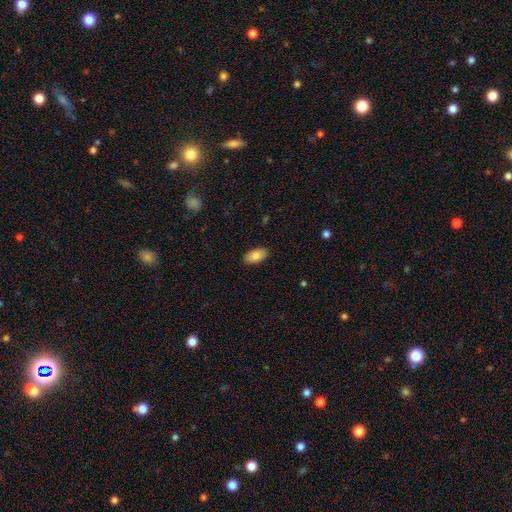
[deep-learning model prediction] This appears to be a smooth galaxy with no disk features (85%) that is in between round and cigar-shaped (94%). Merging: none (88%).